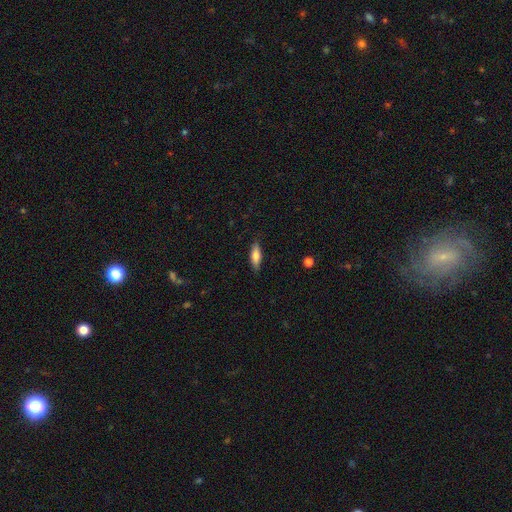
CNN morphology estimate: Smooth or featured? smooth (71%)
How rounded? cigar-shaped (50%)
Merging? none (85%)